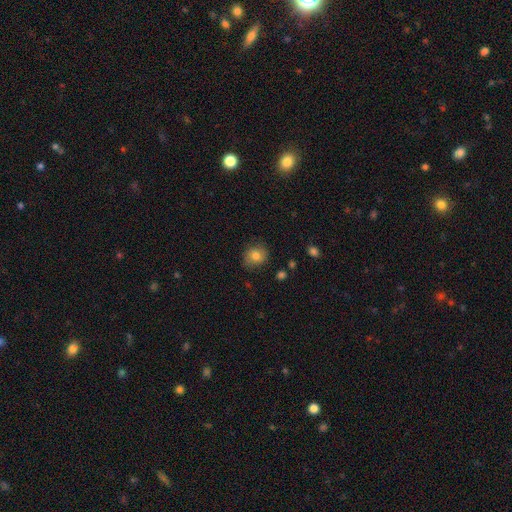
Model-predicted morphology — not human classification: A smooth galaxy with no disk features (79%) that is round (77%).

Vote fractions:
- Smooth or featured? smooth: 79% / featured or disk: 11% / star or artifact: 10%
- How rounded? round: 77% / in between: 22% / cigar-shaped: 1%
- Merging? none: 82% / minor disturbance: 13% / major disturbance: 3% / merger: 1%